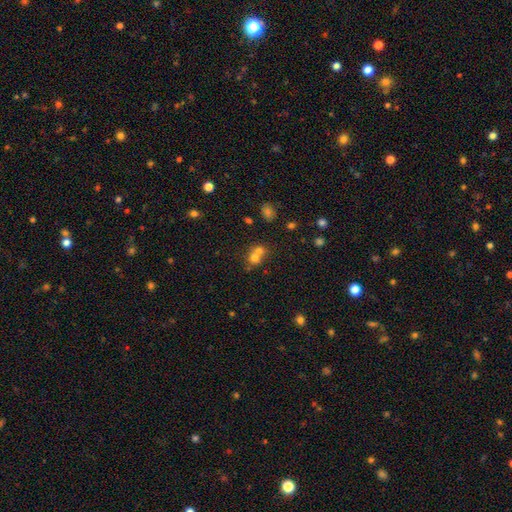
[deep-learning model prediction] Smooth or featured: smooth — 68% (featured or disk — 16%)
How rounded: round — 77% (in between — 22%)
Merging: merger — 61% (none — 31%)